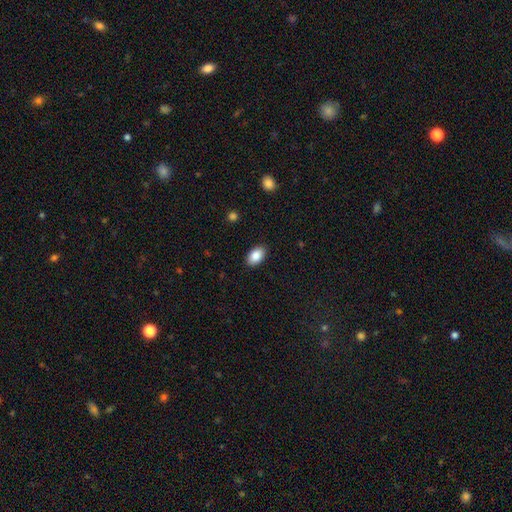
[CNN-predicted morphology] A smooth galaxy with no disk features (87%) that is in between round and cigar-shaped (92%).

Vote fractions:
- Smooth or featured? smooth: 87% / star or artifact: 7% / featured or disk: 5%
- How rounded? in between: 92% / round: 6% / cigar-shaped: 1%
- Merging? none: 89% / minor disturbance: 8% / major disturbance: 2% / merger: 1%